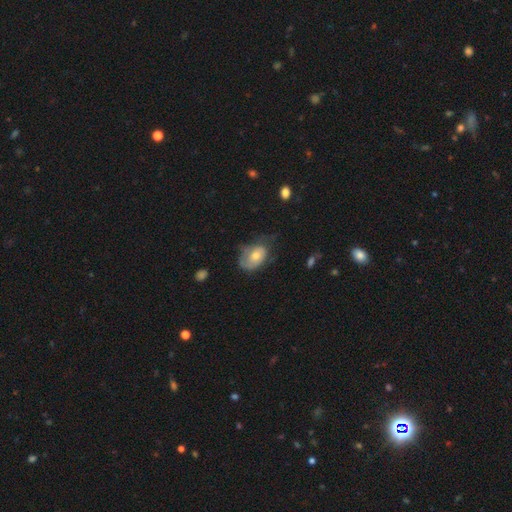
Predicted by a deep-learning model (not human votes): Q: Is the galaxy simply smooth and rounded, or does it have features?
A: smooth — 49%.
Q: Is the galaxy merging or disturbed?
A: none — 35%.